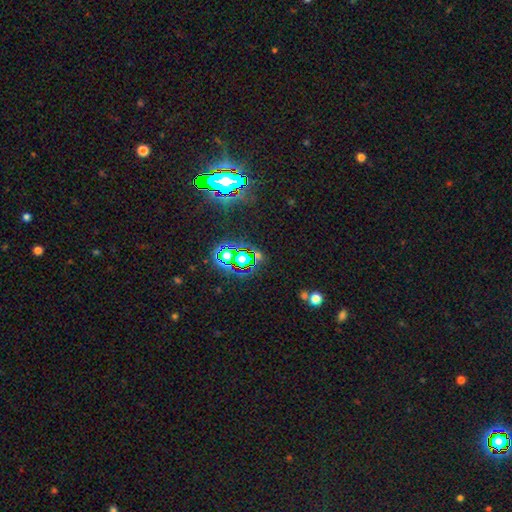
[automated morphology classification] Smooth or featured?
  - star or artifact: 76% *
  - smooth: 15%
  - featured or disk: 10%